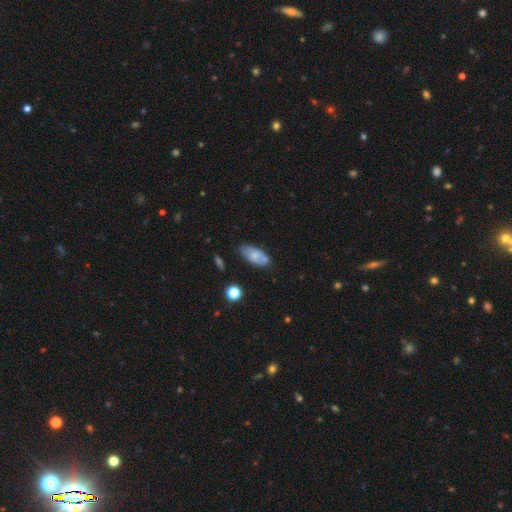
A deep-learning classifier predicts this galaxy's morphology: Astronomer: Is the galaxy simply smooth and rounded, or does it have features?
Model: smooth — 60%.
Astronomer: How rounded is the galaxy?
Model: in between — 89%.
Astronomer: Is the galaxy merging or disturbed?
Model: none — 66%.